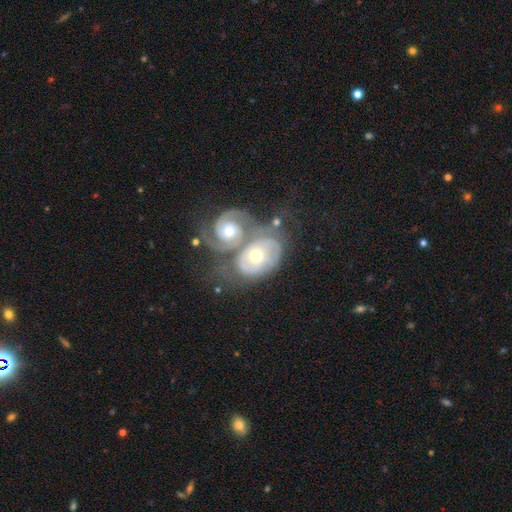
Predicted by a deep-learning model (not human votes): A featured or disk galaxy (81%) with no bar (69%), 2 (76%) tight (58%) spiral arms (94%) and a moderate central bulge (72%). Merging: merger (65%).